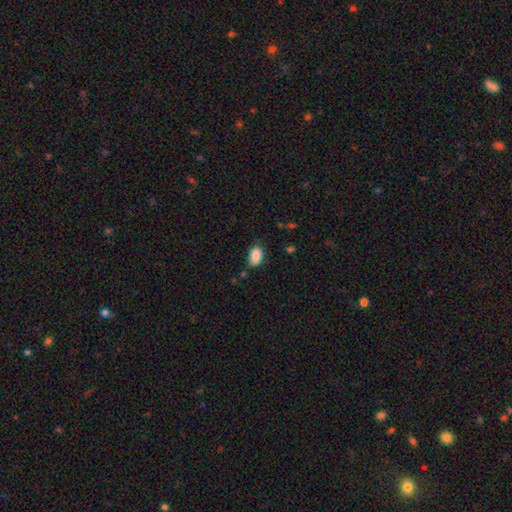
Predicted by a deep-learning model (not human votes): Q: Smooth or featured?
A: smooth (88%); runner-up: star or artifact (7%)
Q: How rounded?
A: in between (89%); runner-up: round (9%)
Q: Merging?
A: none (74%); runner-up: minor disturbance (20%)